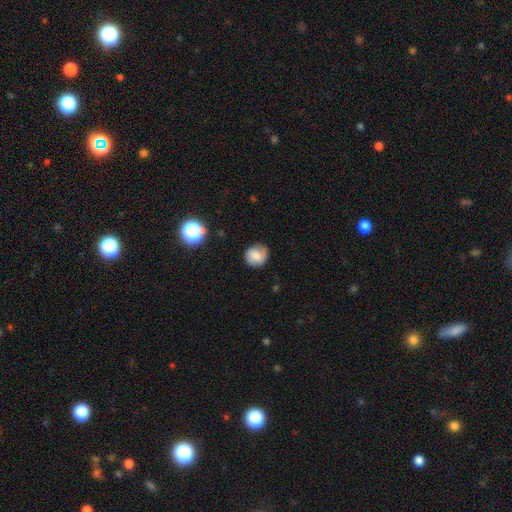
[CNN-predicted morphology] Overall: smooth (73%). How rounded: round (86%). Merging: none (77%).